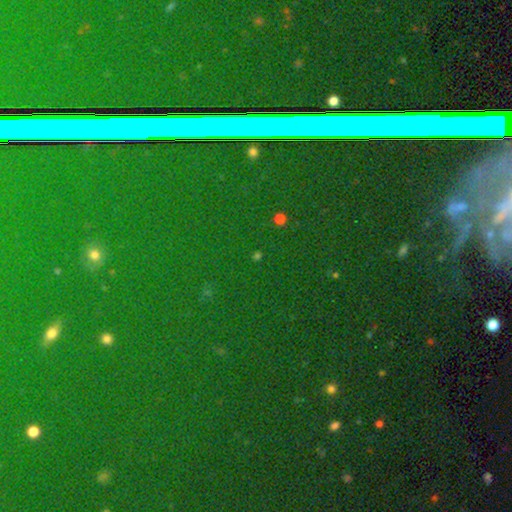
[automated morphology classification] A star or artifact, not a galaxy (81%).